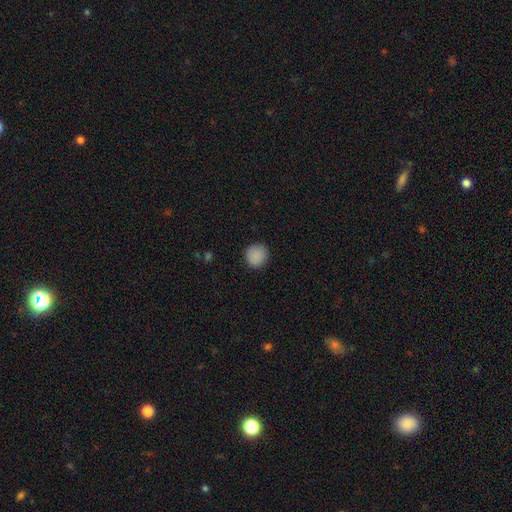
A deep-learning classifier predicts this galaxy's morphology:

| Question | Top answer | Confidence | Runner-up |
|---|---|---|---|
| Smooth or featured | smooth | 89% | star or artifact (9%) |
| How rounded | round | 93% | in between (6%) |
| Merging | none | 90% | minor disturbance (7%) |